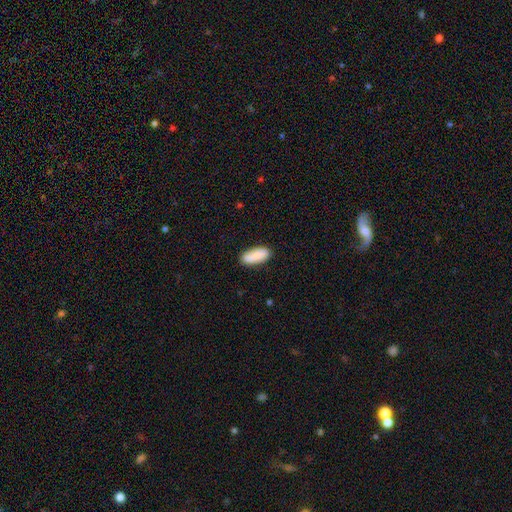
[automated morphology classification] A smooth galaxy with no disk features (88%) that is in between round and cigar-shaped (76%). Merging: none (85%).